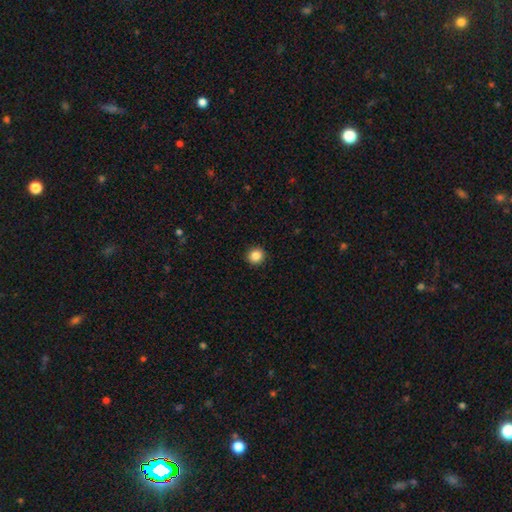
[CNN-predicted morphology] Overall: smooth (86%). How rounded: round (94%). Merging: none (93%).